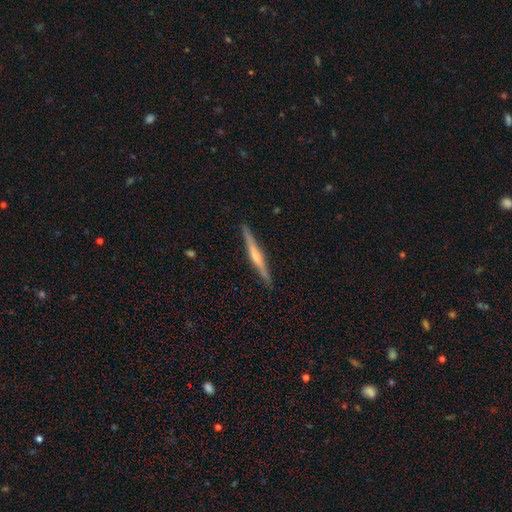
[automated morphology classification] This is likely a featured or disk galaxy (69%). It is clearly viewed edge-on (98%). Edge-on bulge: likely rounded (74%). Merging: clearly none (90%).